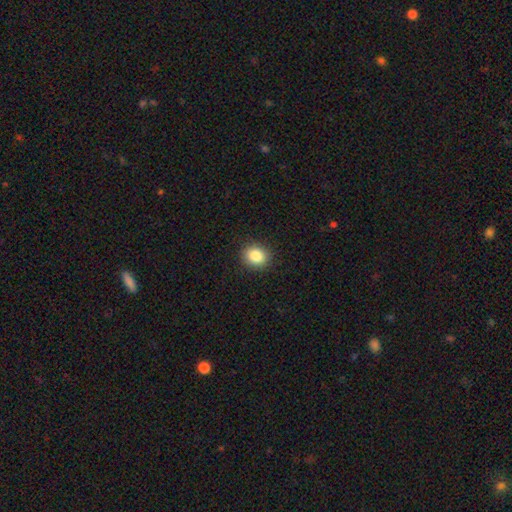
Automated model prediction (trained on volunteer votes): This appears to be a smooth galaxy with no disk features (85%) that is round (70%). Merging: none (90%).